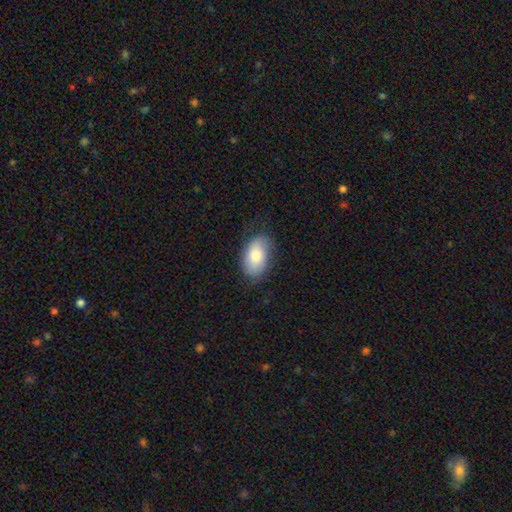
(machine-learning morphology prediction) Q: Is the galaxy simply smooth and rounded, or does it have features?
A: smooth — 81%.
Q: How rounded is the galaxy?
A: in between — 94%.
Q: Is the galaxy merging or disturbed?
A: none — 75%.